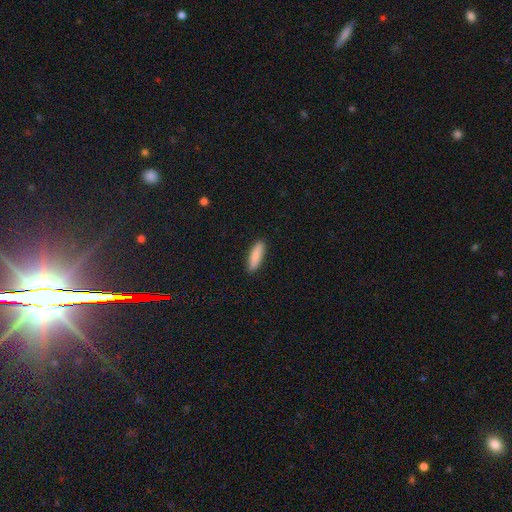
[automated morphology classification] Smooth or featured? Predicted: smooth (p=0.87). How rounded? Predicted: cigar-shaped (p=0.60). Merging? Predicted: none (p=0.90).